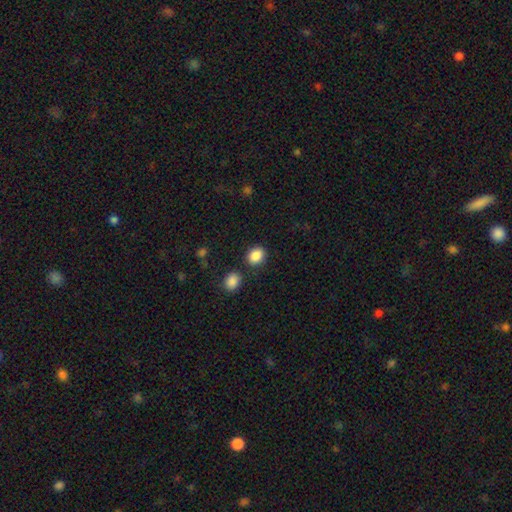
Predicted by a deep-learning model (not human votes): Smooth or featured? smooth (87%)
How rounded? round (58%)
Merging? none (81%)